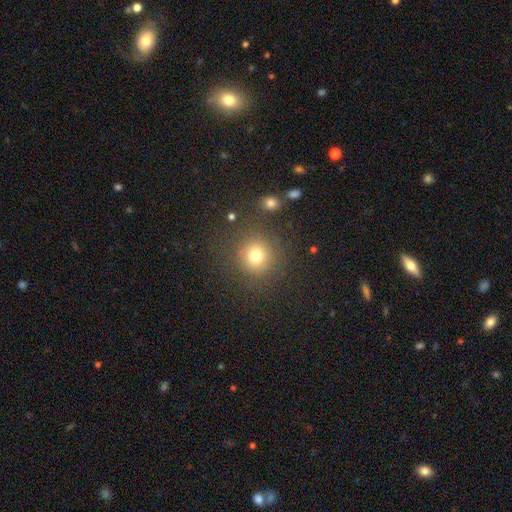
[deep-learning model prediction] Smooth or featured? smooth (75%)
How rounded? round (91%)
Merging? none (83%)